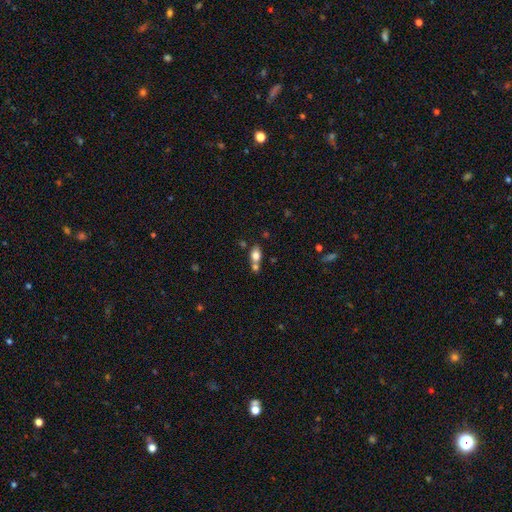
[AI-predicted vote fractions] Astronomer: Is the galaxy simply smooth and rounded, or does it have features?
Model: smooth — 77%.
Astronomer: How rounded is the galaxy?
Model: in between — 74%.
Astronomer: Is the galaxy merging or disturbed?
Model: none — 46% (runner-up: merger, 38%).